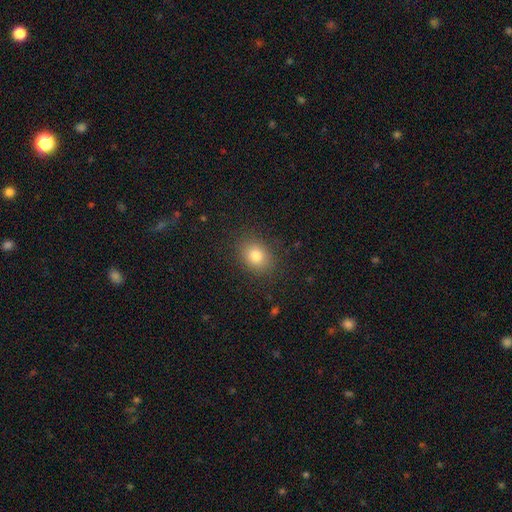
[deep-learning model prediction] This is clearly a smooth galaxy (81%). How rounded: possibly in between (58%). Merging: clearly none (85%).